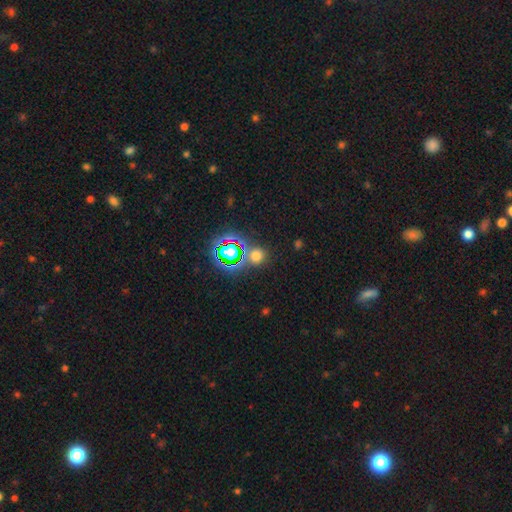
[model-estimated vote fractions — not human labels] A smooth galaxy with no disk features (57%) that is round (86%).

Vote fractions:
- Smooth or featured? smooth: 57% / star or artifact: 36% / featured or disk: 7%
- How rounded? round: 86% / in between: 13% / cigar-shaped: 1%
- Merging? none: 75% / merger: 12% / minor disturbance: 9% / major disturbance: 4%